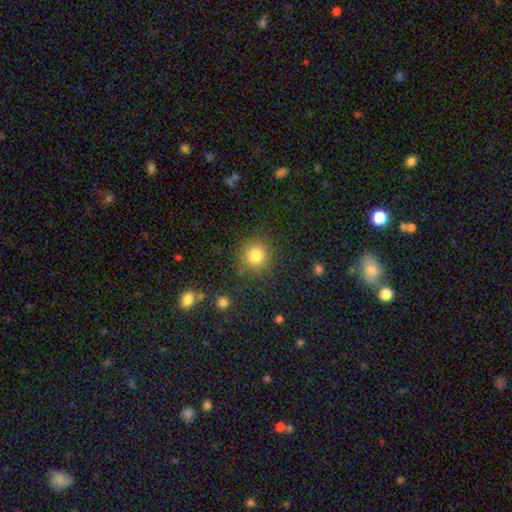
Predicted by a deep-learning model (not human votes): Smooth or featured? smooth (81%)
How rounded? round (92%)
Merging? none (85%)